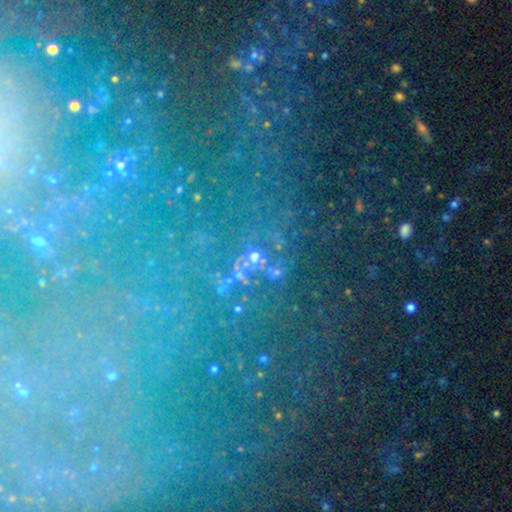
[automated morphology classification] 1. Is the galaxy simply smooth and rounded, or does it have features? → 60% star or artifact, 21% smooth, 19% featured or disk.